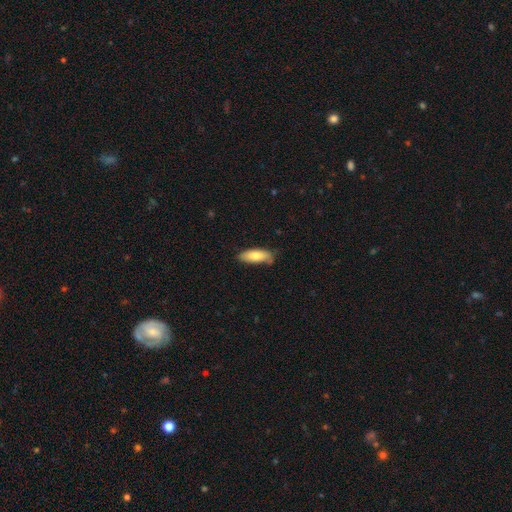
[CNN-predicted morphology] Smooth or featured?
  - smooth: 77% *
  - featured or disk: 17%
  - star or artifact: 6%
How rounded?
  - in between: 70% *
  - cigar-shaped: 28%
  - round: 2%
Merging?
  - none: 70% *
  - minor disturbance: 24%
  - major disturbance: 4%
  - merger: 2%